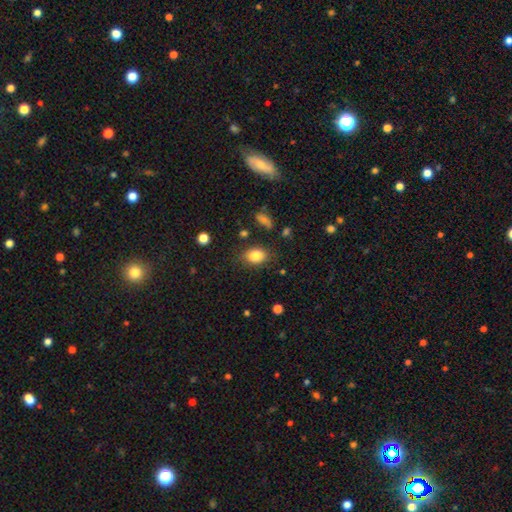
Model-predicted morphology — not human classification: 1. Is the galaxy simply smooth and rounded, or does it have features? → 83% smooth, 10% star or artifact, 7% featured or disk.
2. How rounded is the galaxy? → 72% in between, 27% round, 1% cigar-shaped.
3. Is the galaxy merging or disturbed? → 79% none, 13% minor disturbance, 4% major disturbance, 3% merger.